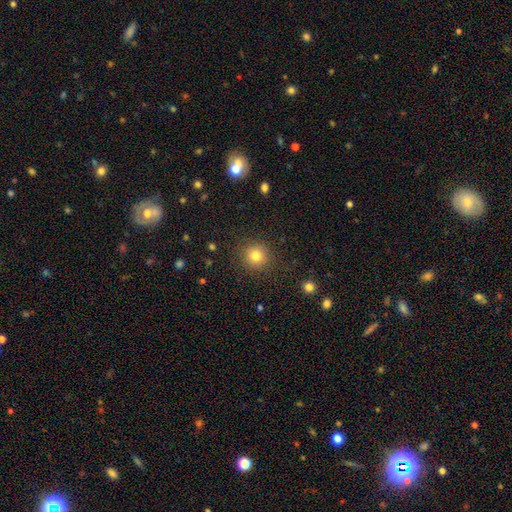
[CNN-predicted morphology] Smooth or featured? Predicted: smooth (p=0.80). How rounded? Predicted: round (p=0.94). Merging? Predicted: none (p=0.89).